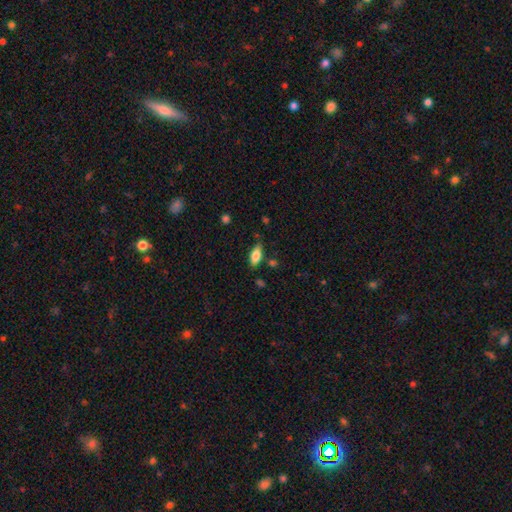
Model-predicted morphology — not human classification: This is likely a smooth galaxy (79%). How rounded: clearly in between (85%). Merging: likely none (77%).